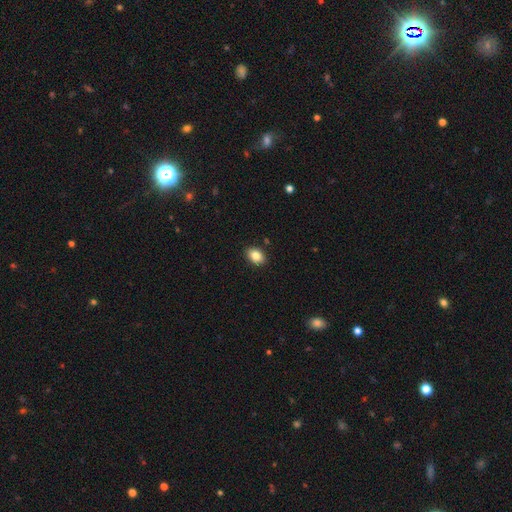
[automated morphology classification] A smooth galaxy with no disk features (85%) that is in between round and cigar-shaped (78%). Merging: none (89%).